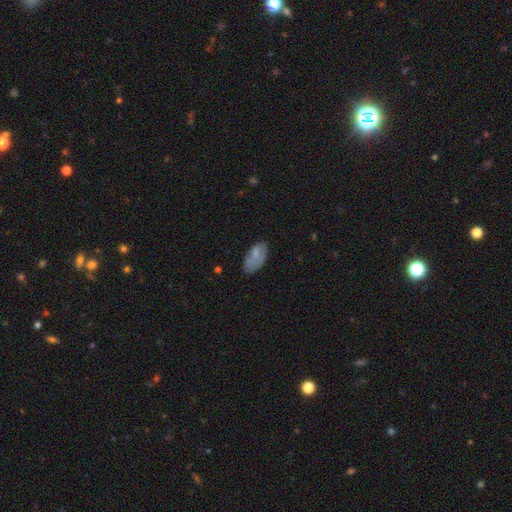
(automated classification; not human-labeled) This is likely a smooth galaxy (70%). How rounded: clearly in between (92%). Merging: possibly none (54%).